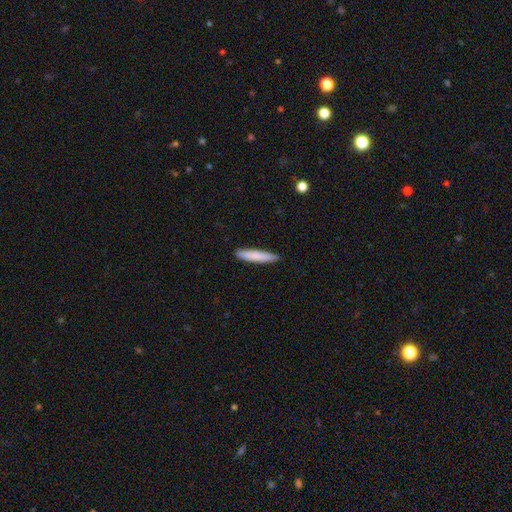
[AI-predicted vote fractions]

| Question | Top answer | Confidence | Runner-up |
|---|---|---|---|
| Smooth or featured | smooth | 83% | featured or disk (12%) |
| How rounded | cigar-shaped | 90% | in between (9%) |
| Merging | none | 89% | minor disturbance (9%) |